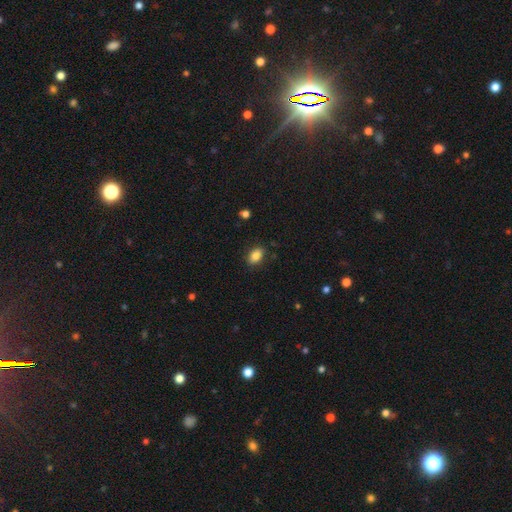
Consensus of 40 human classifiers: Overall: smooth (82%). How rounded: in between (91%). Merging: none (91%).